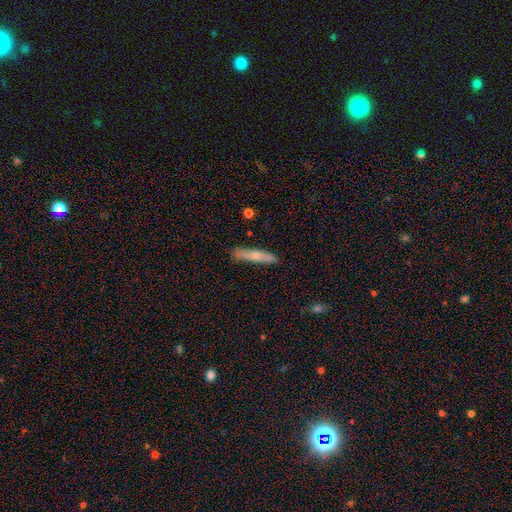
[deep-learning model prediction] Overall: smooth (62%; featured or disk 32%). How rounded: cigar-shaped (88%). Merging: none (83%).